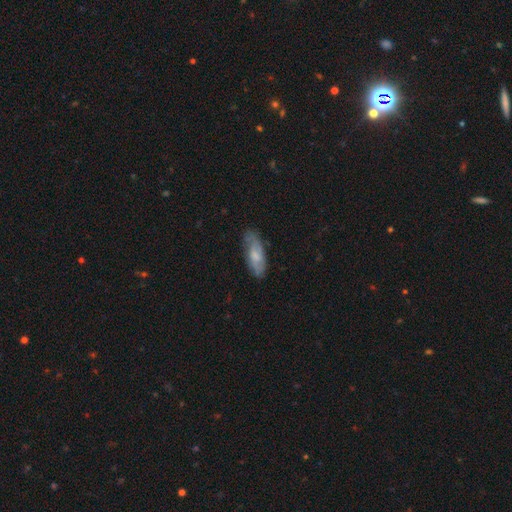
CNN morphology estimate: Smooth or featured: smooth — 49% (featured or disk — 44%)
Merging: none — 72% (minor disturbance — 21%)